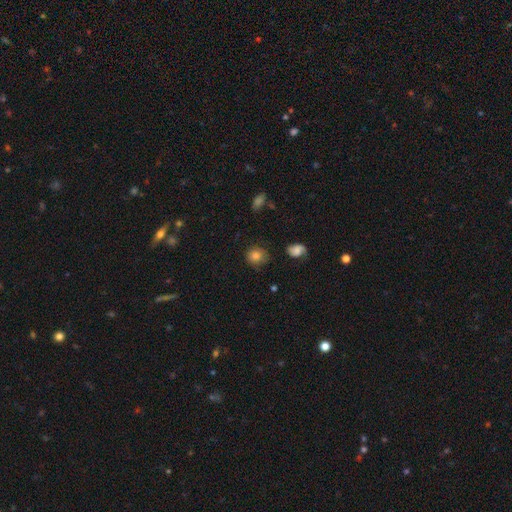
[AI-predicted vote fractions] A smooth galaxy with no disk features (82%) that is round (77%).

Vote fractions:
- Smooth or featured? smooth: 82% / star or artifact: 10% / featured or disk: 8%
- How rounded? round: 77% / in between: 22% / cigar-shaped: 1%
- Merging? none: 75% / minor disturbance: 18% / major disturbance: 5% / merger: 2%